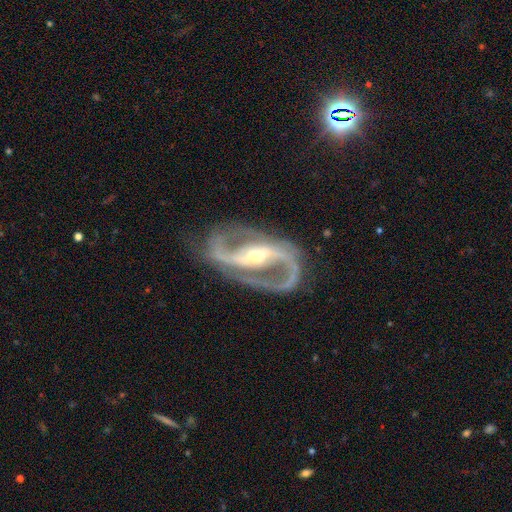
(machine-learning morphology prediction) A featured or disk galaxy (93%) with a strong bar (59%), 2 (93%) medium (58%) spiral arms (98%) and a small central bulge (50%). Merging: none (76%).